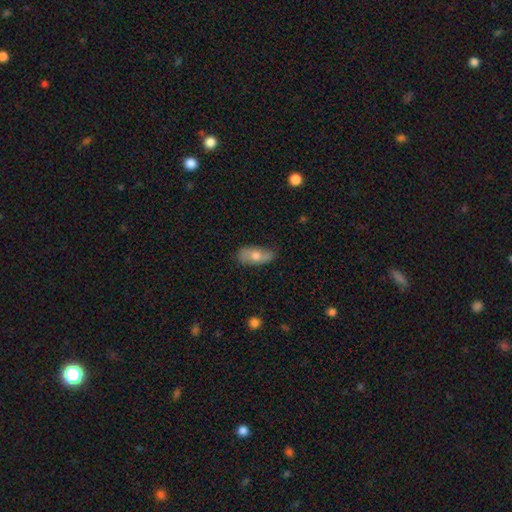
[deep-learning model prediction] Smooth or featured? Predicted: smooth (p=0.63). How rounded? Predicted: in between (p=0.85). Merging? Predicted: none (p=0.75).